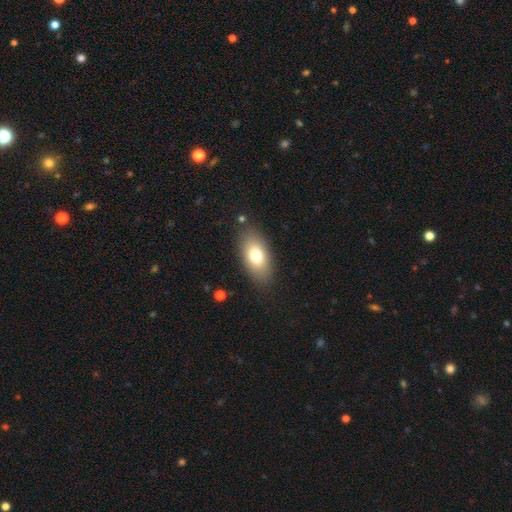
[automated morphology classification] Smooth or featured? Predicted: smooth (p=0.75). How rounded? Predicted: in between (p=0.89). Merging? Predicted: none (p=0.84).